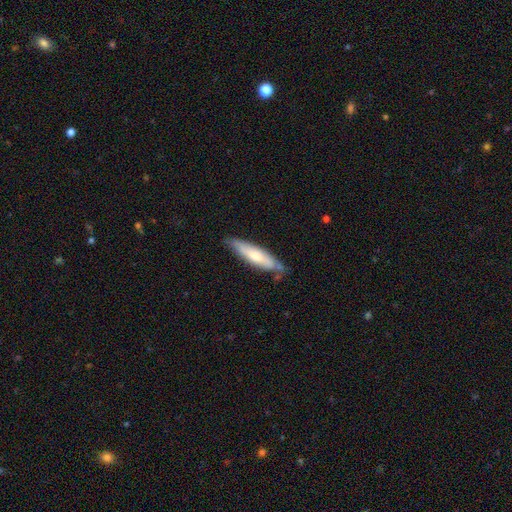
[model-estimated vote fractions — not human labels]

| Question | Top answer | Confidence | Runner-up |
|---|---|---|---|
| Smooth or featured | smooth | 62% | featured or disk (33%) |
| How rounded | cigar-shaped | 72% | in between (27%) |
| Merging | none | 68% | minor disturbance (24%) |